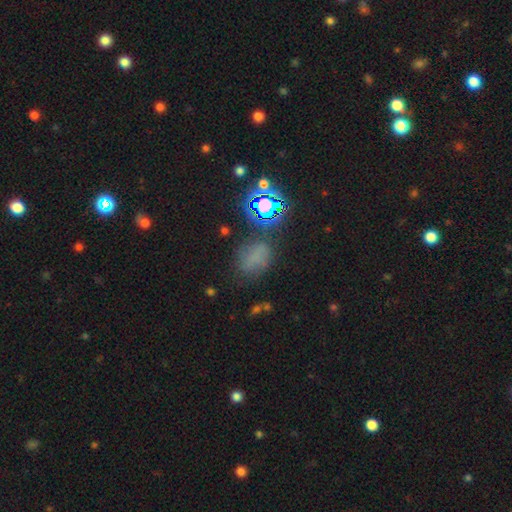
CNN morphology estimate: smooth 48%, star or artifact 39%, featured or disk 14%. Down the decision tree: merging — none (61%).